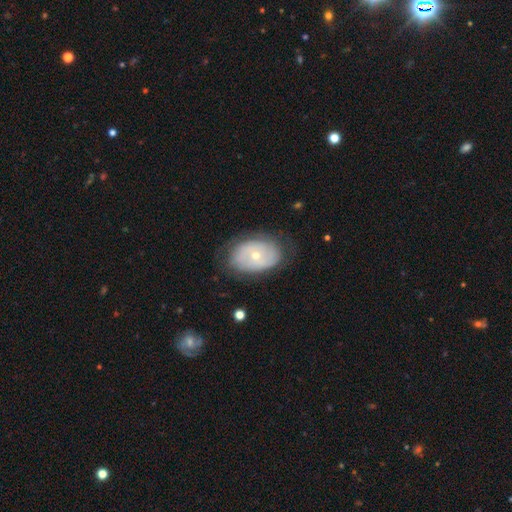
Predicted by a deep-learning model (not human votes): smooth_or_featured: featured or disk (p=0.55) [alt: smooth p=0.38]
disk_edge_on: no (p=0.94) [alt: yes p=0.06]
bar: no (p=0.85) [alt: weak p=0.12]
has_spiral_arms: no (p=0.51) [alt: yes p=0.49]
bulge_size: small (p=0.58) [alt: moderate p=0.39]
merging: none (p=0.70) [alt: minor disturbance p=0.21]